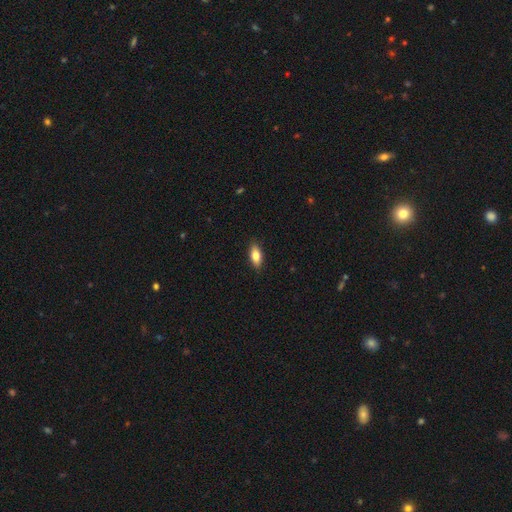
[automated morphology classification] type=smooth (80%); roundness=in between (83%); merging=none (88%).